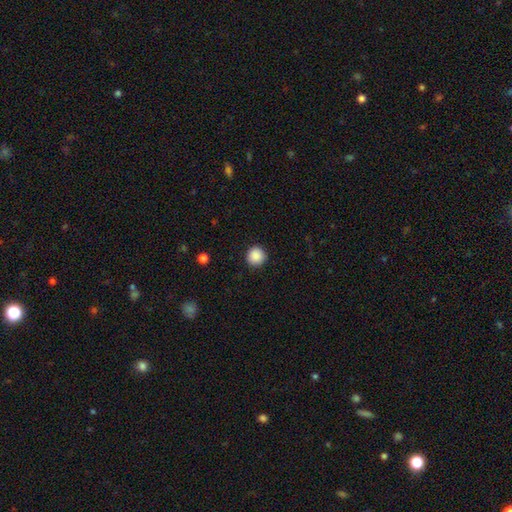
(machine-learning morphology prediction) smooth_or_featured: smooth (p=0.89) [alt: star or artifact p=0.08]
how_rounded: round (p=0.95) [alt: in between p=0.04]
merging: none (p=0.92) [alt: minor disturbance p=0.06]